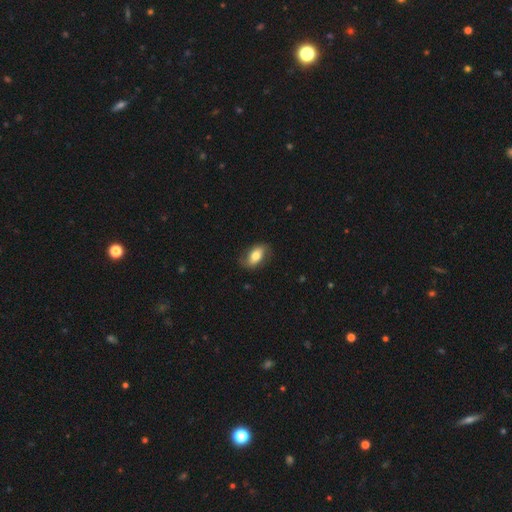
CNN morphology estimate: This appears to be a smooth galaxy with no disk features (68%) that is in between round and cigar-shaped (90%). Merging: none (75%).